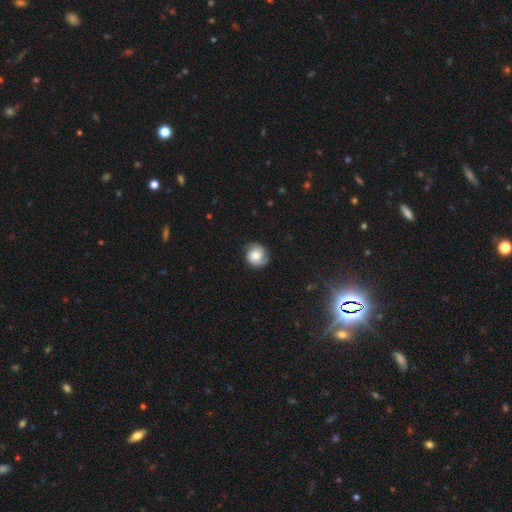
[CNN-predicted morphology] A featured or disk galaxy (49%).

Vote fractions:
- Smooth or featured? featured or disk: 49% / smooth: 42% / star or artifact: 9%
- Merging? none: 79% / minor disturbance: 15% / major disturbance: 5% / merger: 1%